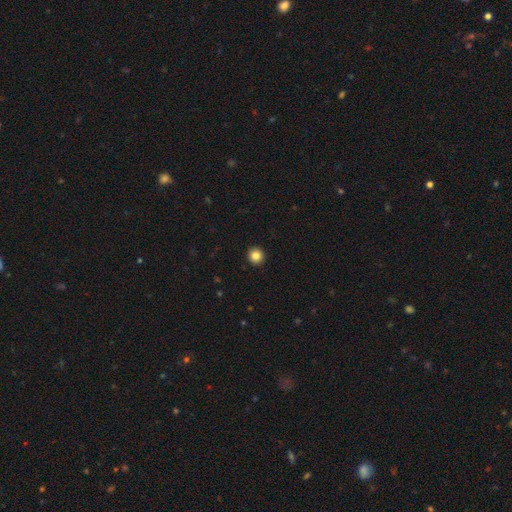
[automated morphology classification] This appears to be a smooth galaxy with no disk features (85%) that is round (95%). Merging: none (94%).